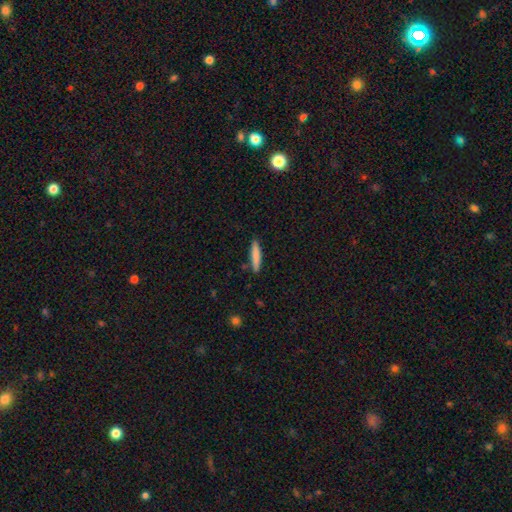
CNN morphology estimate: A smooth galaxy with no disk features (81%) that is cigar-shaped (89%).

Vote fractions:
- Smooth or featured? smooth: 81% / featured or disk: 13% / star or artifact: 6%
- How rounded? cigar-shaped: 89% / in between: 10% / round: 1%
- Merging? none: 85% / minor disturbance: 10% / merger: 3% / major disturbance: 2%